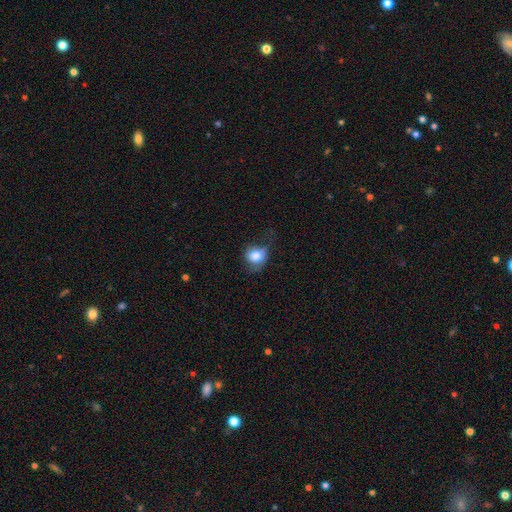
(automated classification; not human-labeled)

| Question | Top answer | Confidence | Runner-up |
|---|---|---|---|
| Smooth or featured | smooth | 77% | featured or disk (14%) |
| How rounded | round | 64% | in between (35%) |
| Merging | none | 44% | minor disturbance (33%) |